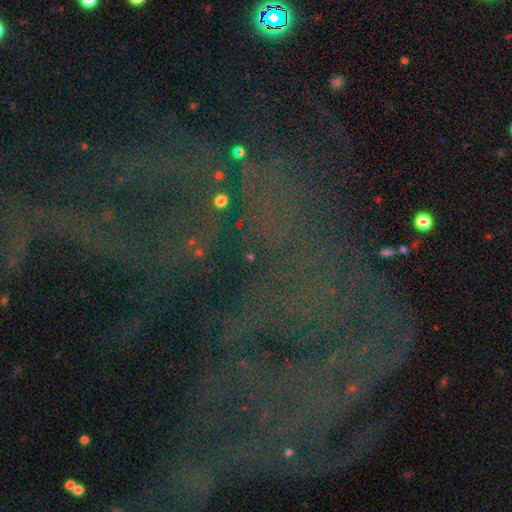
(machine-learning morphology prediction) Smooth or featured? Predicted: star or artifact (p=0.76).